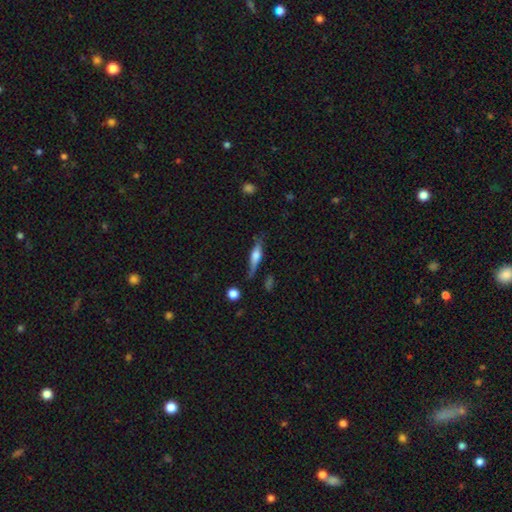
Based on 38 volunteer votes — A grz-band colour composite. It shows a smooth galaxy with no disk features (74%) that is cigar-shaped (82%). Merging: none (51%).